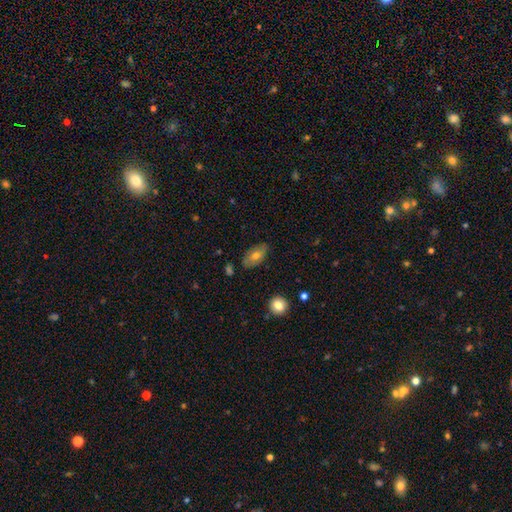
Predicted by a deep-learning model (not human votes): Smooth or featured?
  - smooth: 66% *
  - featured or disk: 27%
  - star or artifact: 7%
How rounded?
  - in between: 91% *
  - round: 5%
  - cigar-shaped: 4%
Merging?
  - none: 79% *
  - minor disturbance: 16%
  - major disturbance: 3%
  - merger: 2%